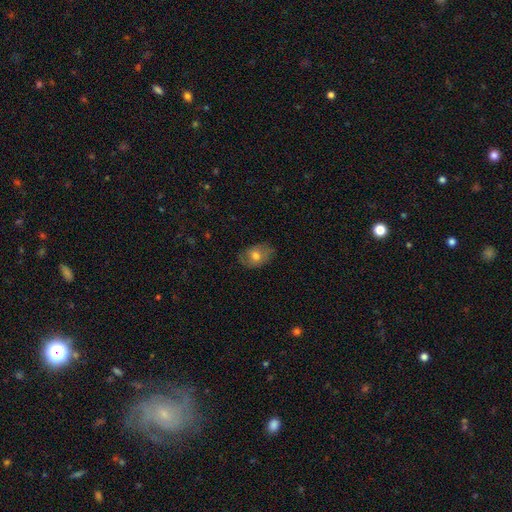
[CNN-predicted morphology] A smooth galaxy with no disk features (68%) that is in between round and cigar-shaped (77%). Merging: none (73%).